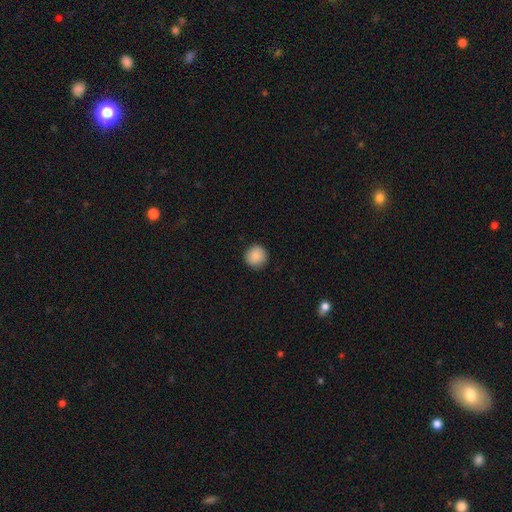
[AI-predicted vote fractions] A smooth galaxy with no disk features (88%) that is round (95%). Merging: none (90%).